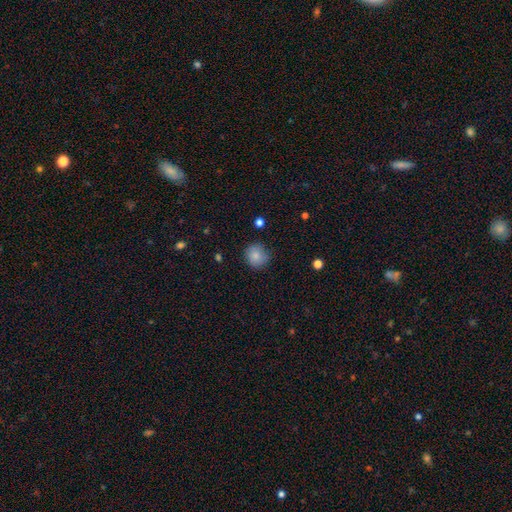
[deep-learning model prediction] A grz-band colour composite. It shows a smooth galaxy with no disk features (84%) that is round (88%). Merging: none (80%).